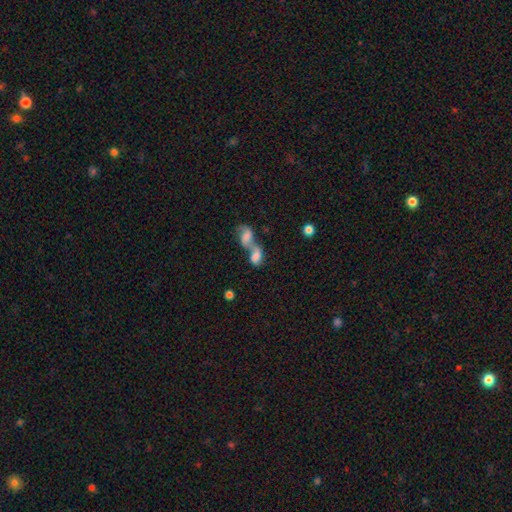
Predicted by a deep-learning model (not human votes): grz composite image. It shows a smooth galaxy with no disk features (65%) that is in between round and cigar-shaped (79%). Merging: merger (81%).